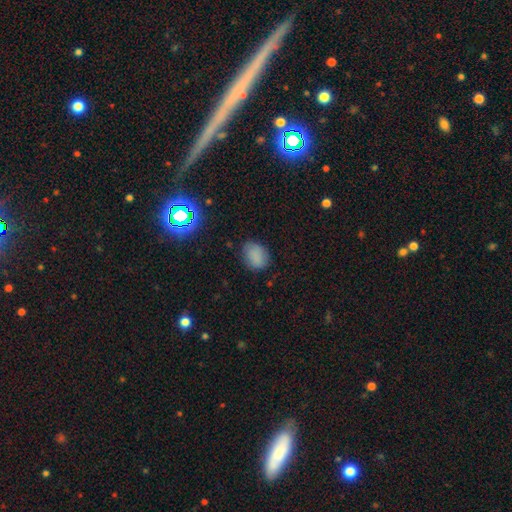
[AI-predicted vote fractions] Overall: smooth (84%). How rounded: in between (65%; round 34%). Merging: none (76%).